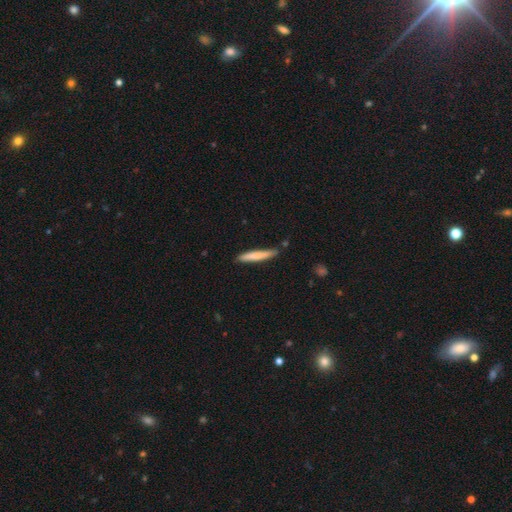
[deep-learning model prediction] smooth 74%, featured or disk 21%, star or artifact 5%. Down the decision tree: how rounded — cigar-shaped (95%); merging — none (80%).